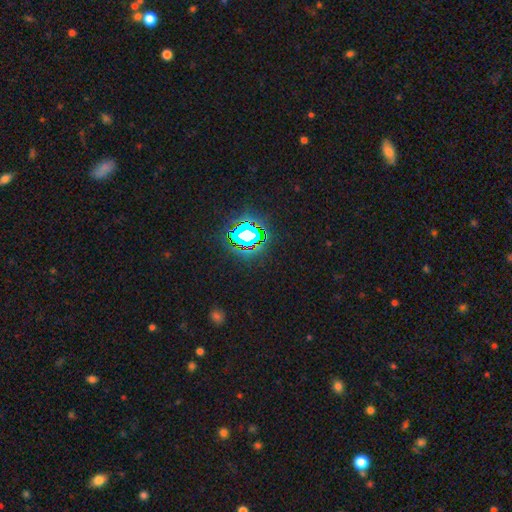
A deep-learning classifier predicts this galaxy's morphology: Smooth or featured: star or artifact — 82% (smooth — 11%)